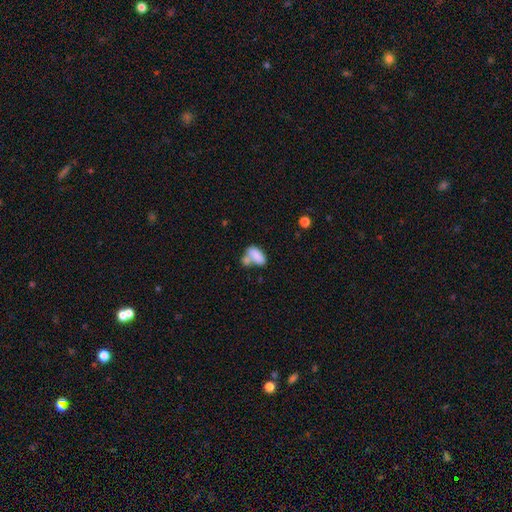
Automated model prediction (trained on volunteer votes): This appears to be a smooth galaxy with no disk features (79%) that is in between round and cigar-shaped (90%). Merging: merger (52%).